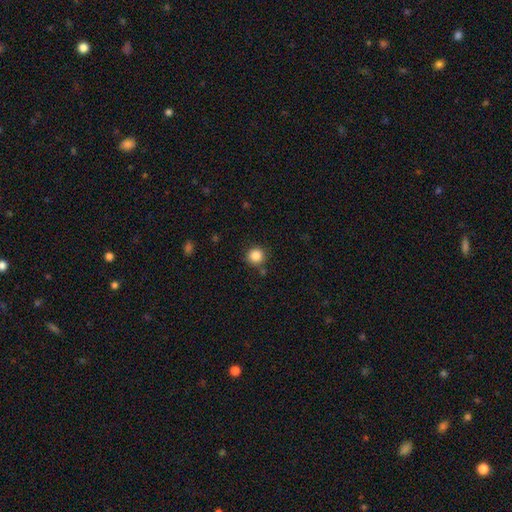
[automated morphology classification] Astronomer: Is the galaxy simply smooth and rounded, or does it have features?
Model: smooth — 85%.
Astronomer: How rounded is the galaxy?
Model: round — 94%.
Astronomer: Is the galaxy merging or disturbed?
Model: none — 86%.